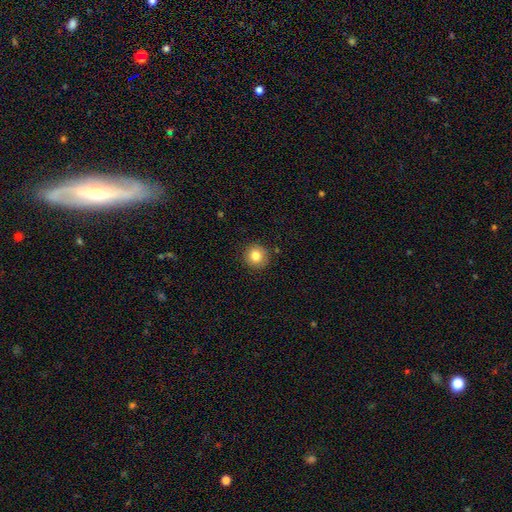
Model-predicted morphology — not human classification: Overall: smooth (81%). How rounded: round (94%). Merging: none (90%).